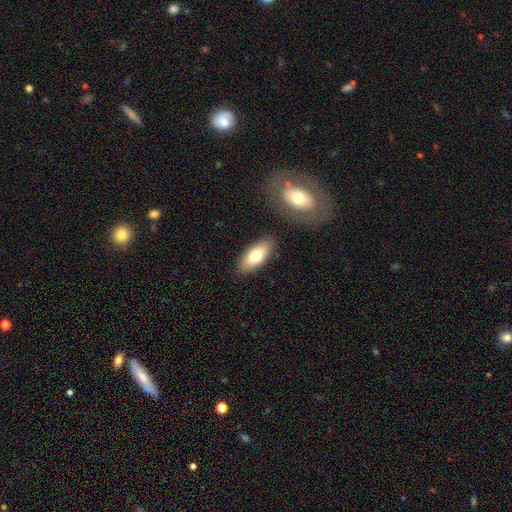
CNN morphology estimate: Smooth or featured: smooth — 75% (featured or disk — 18%)
How rounded: in between — 84% (cigar-shaped — 13%)
Merging: none — 85% (minor disturbance — 10%)